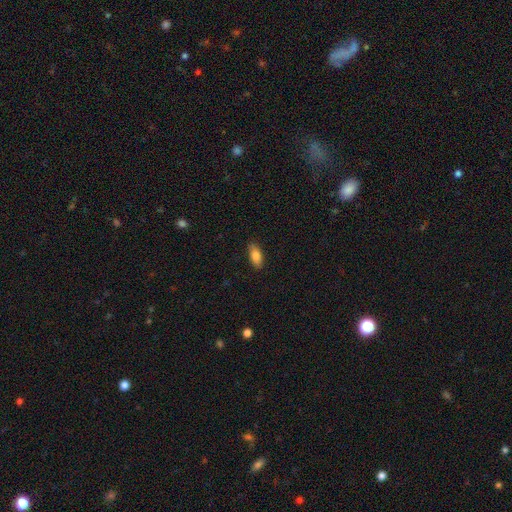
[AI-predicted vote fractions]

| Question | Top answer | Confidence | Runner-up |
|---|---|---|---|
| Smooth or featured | smooth | 83% | featured or disk (10%) |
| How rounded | in between | 82% | cigar-shaped (15%) |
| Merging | none | 88% | minor disturbance (9%) |